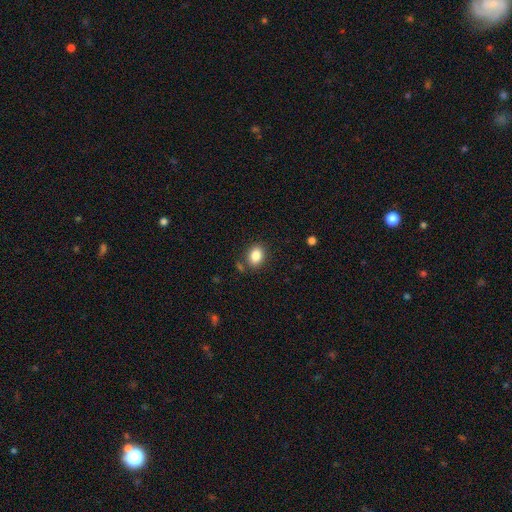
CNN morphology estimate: A smooth galaxy with no disk features (86%) that is in between round and cigar-shaped (68%). Merging: none (82%).